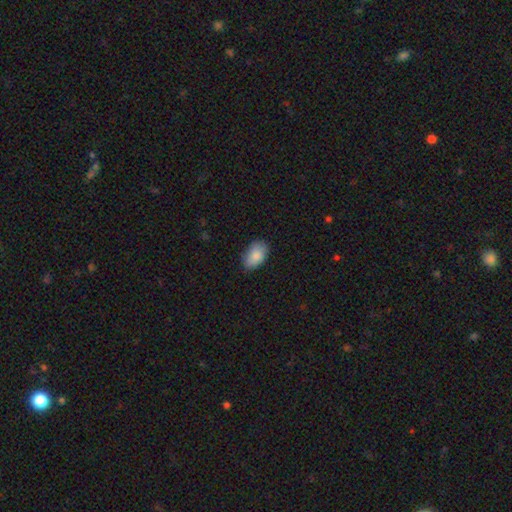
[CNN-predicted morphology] Smooth or featured?
  - smooth: 86% *
  - featured or disk: 8%
  - star or artifact: 7%
How rounded?
  - in between: 91% *
  - round: 8%
  - cigar-shaped: 1%
Merging?
  - none: 76% *
  - minor disturbance: 19%
  - major disturbance: 3%
  - merger: 1%